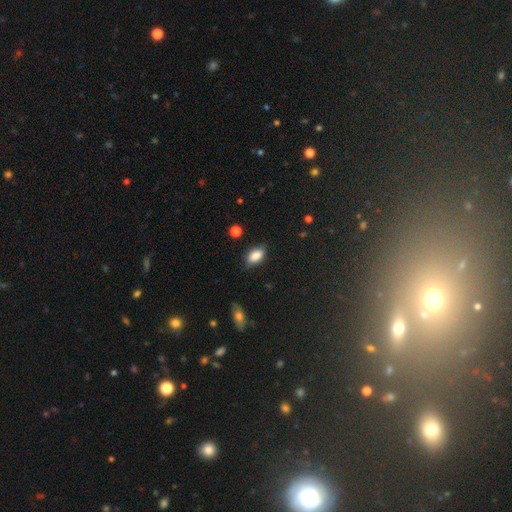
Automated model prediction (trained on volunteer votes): Smooth or featured? Predicted: smooth (p=0.83). How rounded? Predicted: in between (p=0.90). Merging? Predicted: none (p=0.72).